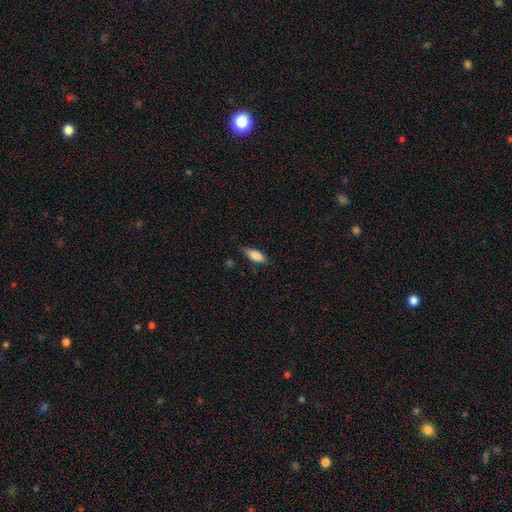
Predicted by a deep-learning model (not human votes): smooth_or_featured: smooth (p=0.83) [alt: featured or disk p=0.11]
how_rounded: in between (p=0.76) [alt: cigar-shaped p=0.22]
merging: none (p=0.75) [alt: minor disturbance p=0.20]